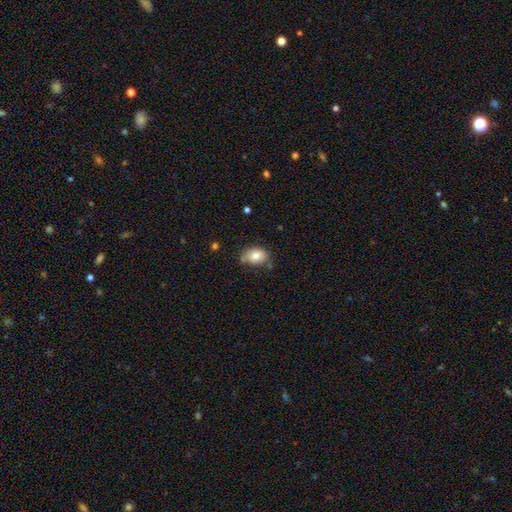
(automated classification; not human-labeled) smooth-or-featured: smooth: 79% | featured or disk: 12% | star or artifact: 9%
  how-rounded: in between: 74% | round: 25% | cigar-shaped: 1%
  merging: none: 60% | minor disturbance: 28% | merger: 7% | major disturbance: 6%